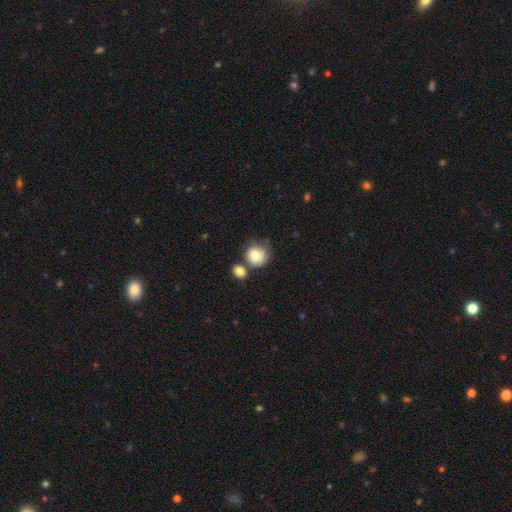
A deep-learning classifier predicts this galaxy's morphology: This is clearly a smooth galaxy (83%). How rounded: clearly round (86%). Merging: possibly none (53%).